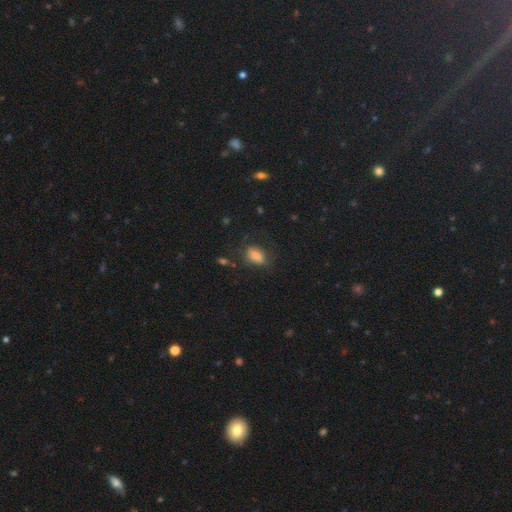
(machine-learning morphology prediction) The model was most divided on "merging": none: 67%, minor disturbance: 21%, major disturbance: 9%, merger: 3%. More confident: how rounded — in between (84%); smooth or featured — smooth (80%).